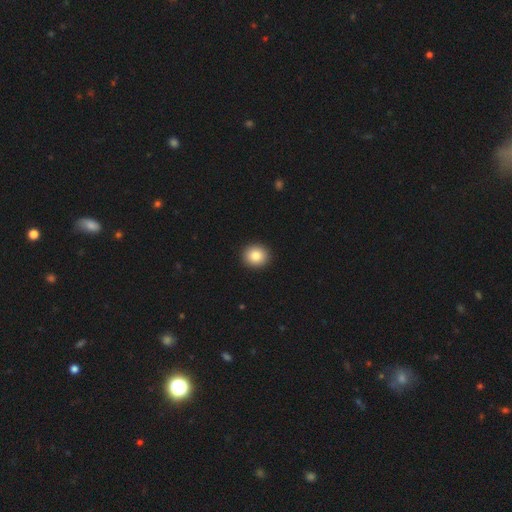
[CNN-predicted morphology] Smooth or featured? smooth (84%)
How rounded? round (85%)
Merging? none (93%)